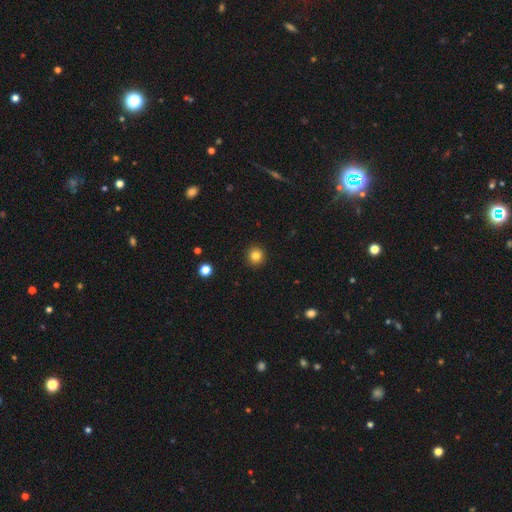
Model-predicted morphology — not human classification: Overall: smooth (82%). How rounded: round (94%). Merging: none (93%).